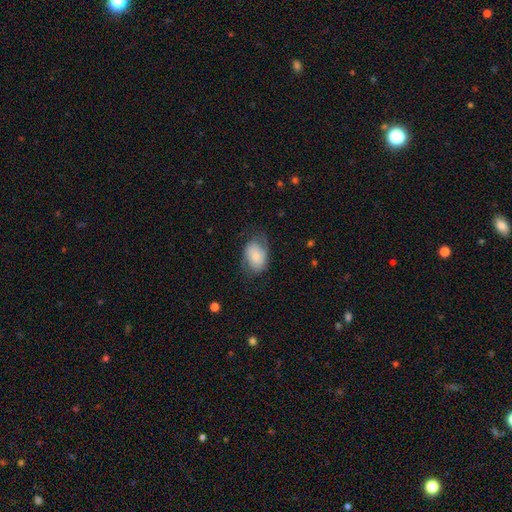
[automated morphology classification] smooth-or-featured: smooth: 62% | featured or disk: 31% | star or artifact: 7%
  how-rounded: in between: 79% | round: 20% | cigar-shaped: 1%
  merging: none: 56% | minor disturbance: 27% | major disturbance: 15% | merger: 1%